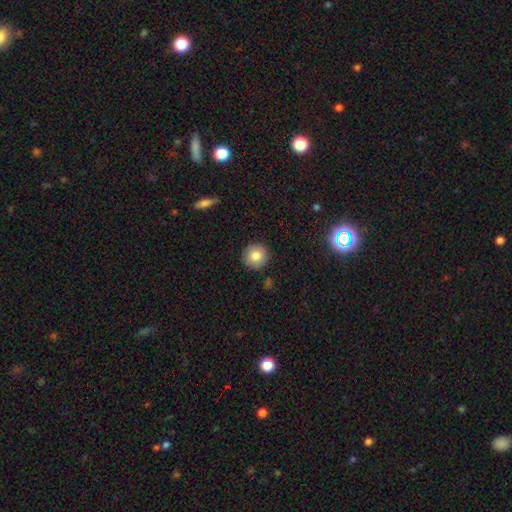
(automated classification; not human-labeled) Smooth or featured?
  - smooth: 84% *
  - star or artifact: 9%
  - featured or disk: 7%
How rounded?
  - round: 94% *
  - in between: 5%
  - cigar-shaped: 1%
Merging?
  - none: 90% *
  - minor disturbance: 7%
  - major disturbance: 2%
  - merger: 1%